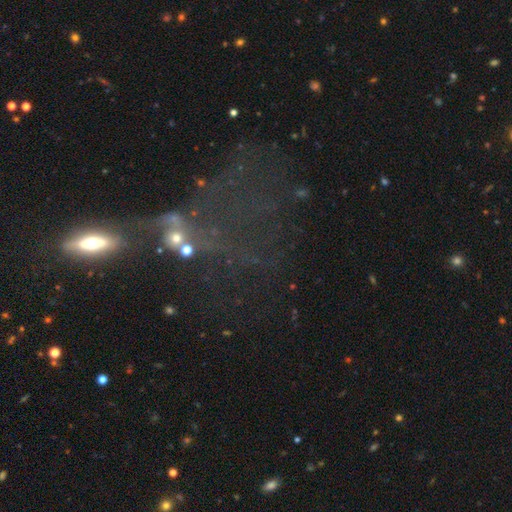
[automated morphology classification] A featured or disk galaxy (38%). Merging: none (35%).